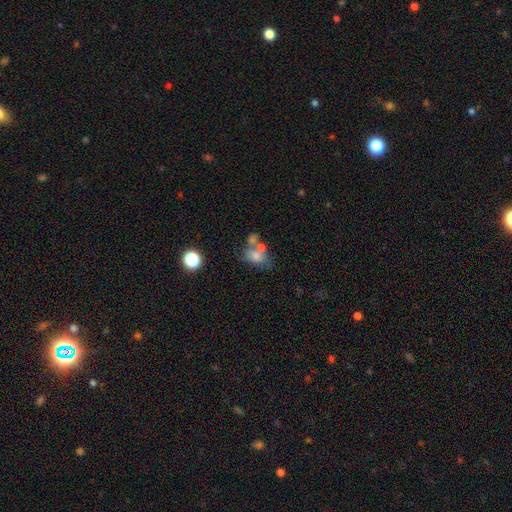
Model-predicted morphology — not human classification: A smooth galaxy with no disk features (68%) that is in between round and cigar-shaped (72%). Merging: merger (43%).